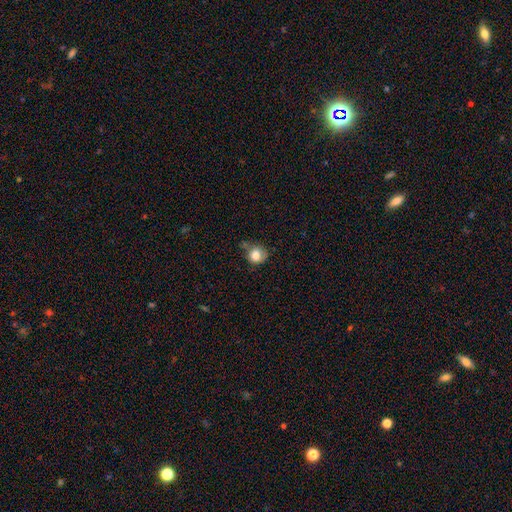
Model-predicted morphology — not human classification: smooth_or_featured: smooth (p=0.80) [alt: featured or disk p=0.10]
how_rounded: round (p=0.80) [alt: in between p=0.19]
merging: none (p=0.53) [alt: minor disturbance p=0.29]